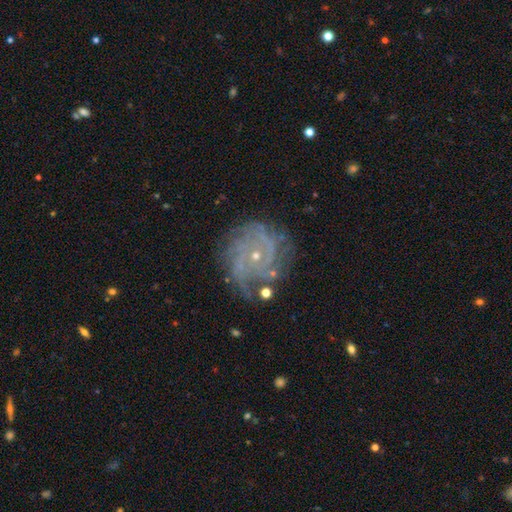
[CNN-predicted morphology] smooth_or_featured: featured or disk (p=0.83) [alt: star or artifact p=0.09]
disk_edge_on: no (p=0.98) [alt: yes p=0.02]
bar: no (p=0.72) [alt: weak p=0.23]
has_spiral_arms: yes (p=0.94) [alt: no p=0.06]
spiral_winding: tight (p=0.61) [alt: medium p=0.31]
spiral_arm_count: can't tell (p=0.30) [alt: 3 p=0.20]
bulge_size: small (p=0.81) [alt: moderate p=0.15]
merging: none (p=0.71) [alt: minor disturbance p=0.18]